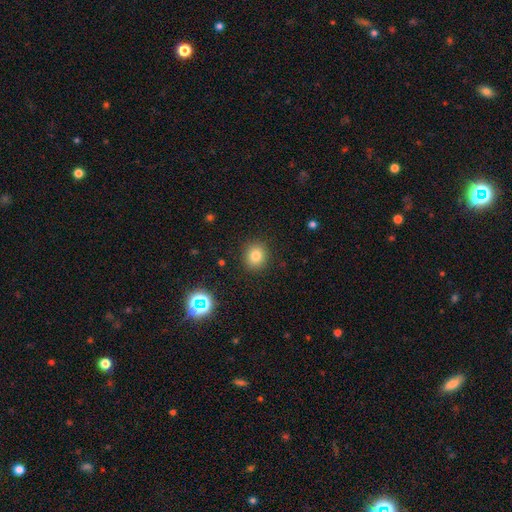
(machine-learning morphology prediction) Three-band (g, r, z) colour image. It shows a smooth galaxy with no disk features (79%) that is round (79%). Merging: none (89%).